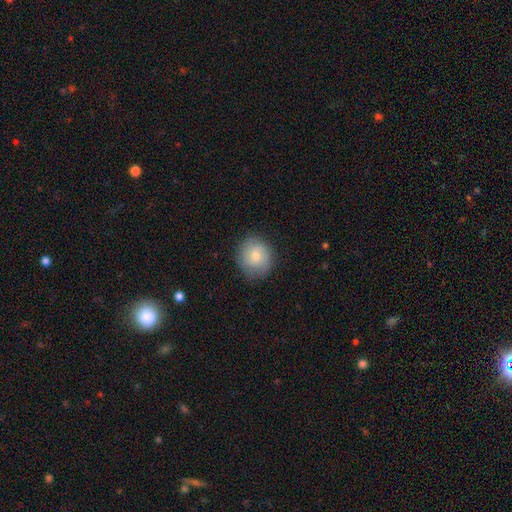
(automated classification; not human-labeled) Smooth or featured? smooth (73%)
How rounded? round (86%)
Merging? none (80%)